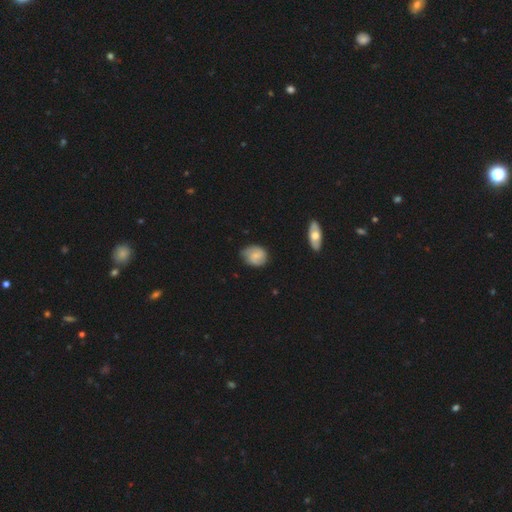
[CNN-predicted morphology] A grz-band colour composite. It shows a smooth galaxy with no disk features (53%) that is round (56%). Merging: none (69%).